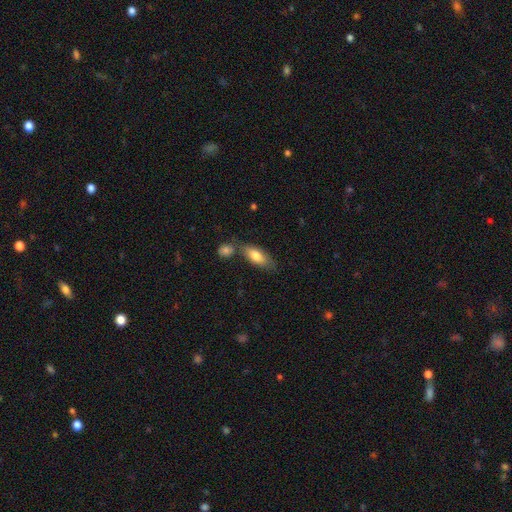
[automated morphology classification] Q: Smooth or featured?
A: smooth (75%); runner-up: featured or disk (19%)
Q: How rounded?
A: in between (77%); runner-up: cigar-shaped (20%)
Q: Merging?
A: none (61%); runner-up: merger (18%)